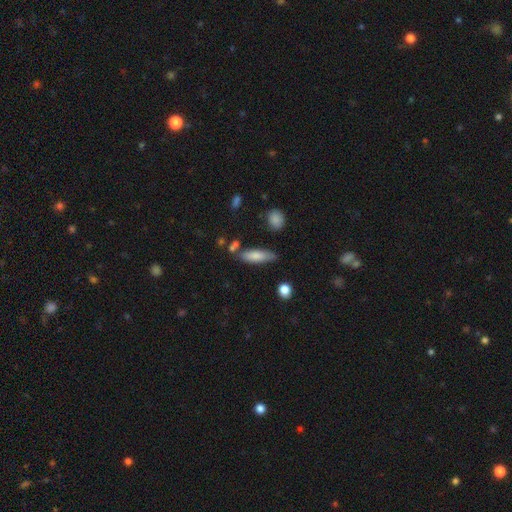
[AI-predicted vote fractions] Overall: smooth (79%). How rounded: cigar-shaped (50%; in between 48%). Merging: none (68%).